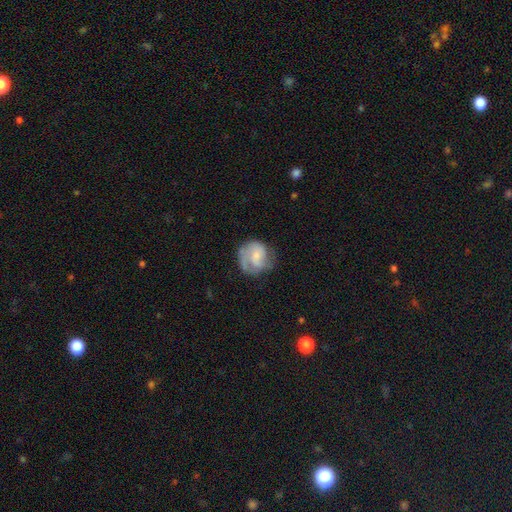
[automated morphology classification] This appears to be a featured or disk galaxy (55%) with no bar (64%), spiral arms (79%) and a small central bulge (55%). Merging: none (57%).